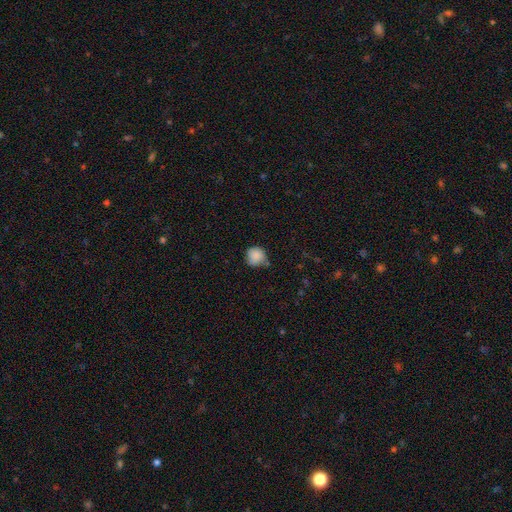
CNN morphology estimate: smooth 86%, star or artifact 9%, featured or disk 5%. Down the decision tree: how rounded — round (90%); merging — none (61%).